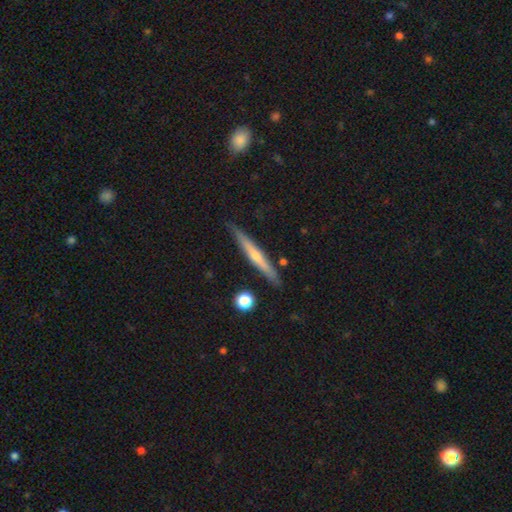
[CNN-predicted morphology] type=featured or disk (61%); edge-on=yes (96%); edge-on bulge=rounded (68%); merging=none (86%).